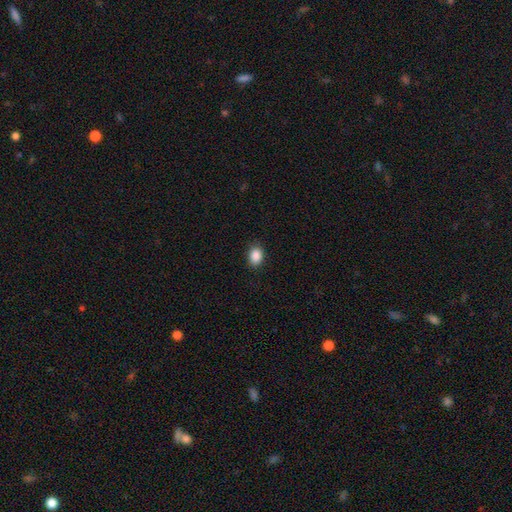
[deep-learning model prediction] Smooth or featured? smooth (89%)
How rounded? in between (74%)
Merging? none (87%)